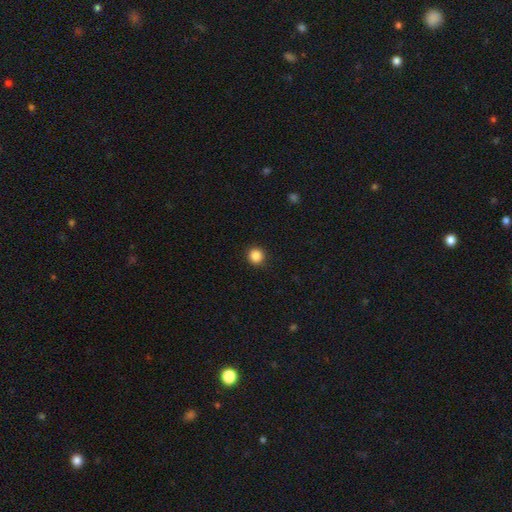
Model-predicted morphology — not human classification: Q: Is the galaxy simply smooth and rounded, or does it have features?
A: smooth — 87%.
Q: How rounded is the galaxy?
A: round — 94%.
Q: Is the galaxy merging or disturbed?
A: none — 92%.